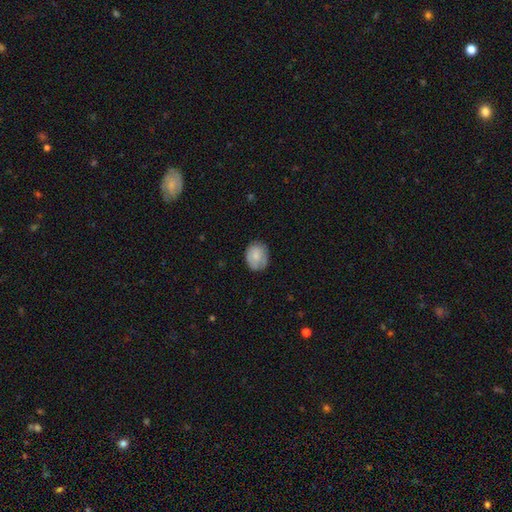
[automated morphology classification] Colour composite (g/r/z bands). It shows a smooth galaxy with no disk features (77%) that is round (53%). Merging: none (71%).